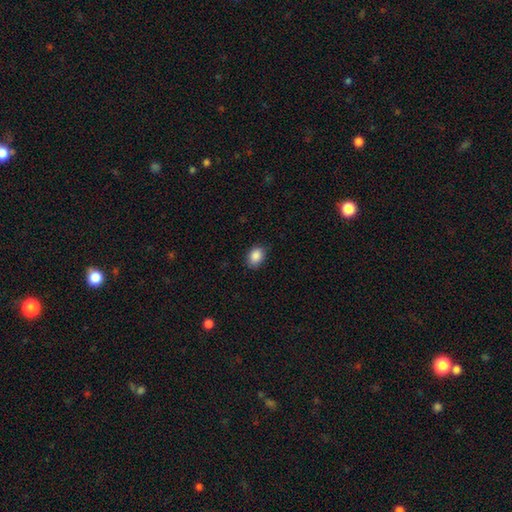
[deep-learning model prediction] The model was most divided on "how rounded": in between: 75%, round: 24%, cigar-shaped: 1%. More confident: smooth or featured — smooth (88%); merging — none (85%).